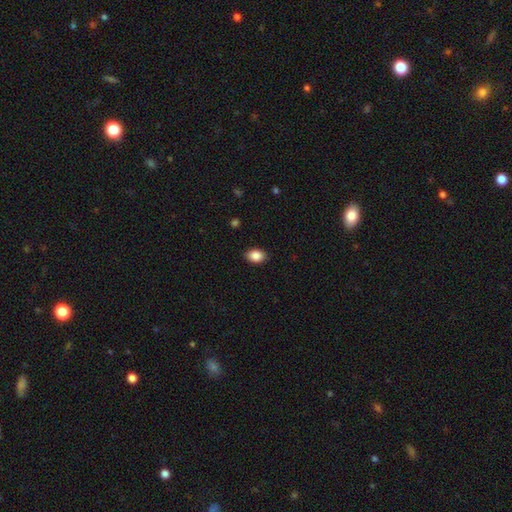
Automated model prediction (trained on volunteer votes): Q: Smooth or featured?
A: smooth (88%); runner-up: star or artifact (8%)
Q: How rounded?
A: in between (78%); runner-up: round (21%)
Q: Merging?
A: none (87%); runner-up: minor disturbance (10%)